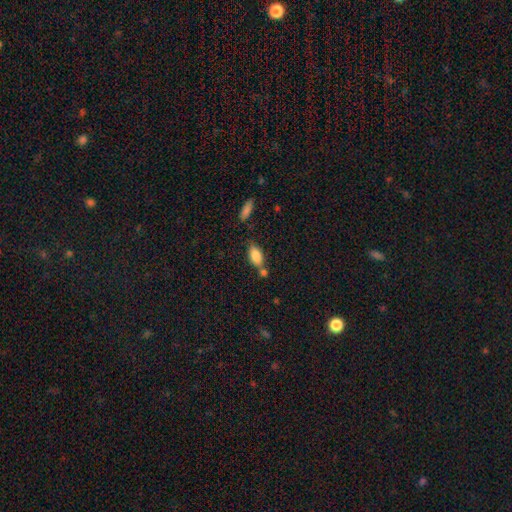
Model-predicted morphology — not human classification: smooth 83%, featured or disk 9%, star or artifact 8%. Down the decision tree: how rounded — in between (87%); merging — none (54%).